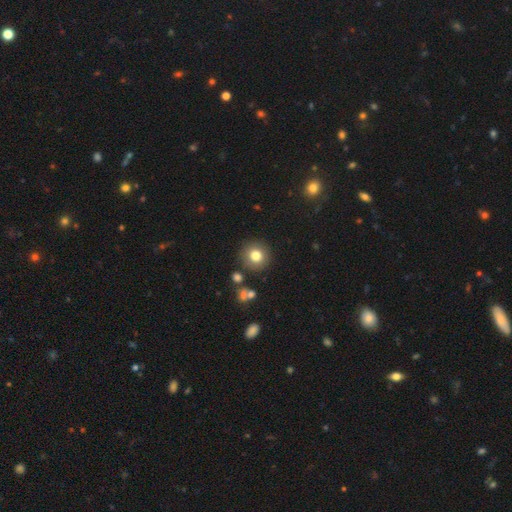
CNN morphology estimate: A smooth galaxy with no disk features (79%) that is round (93%). Merging: none (86%).